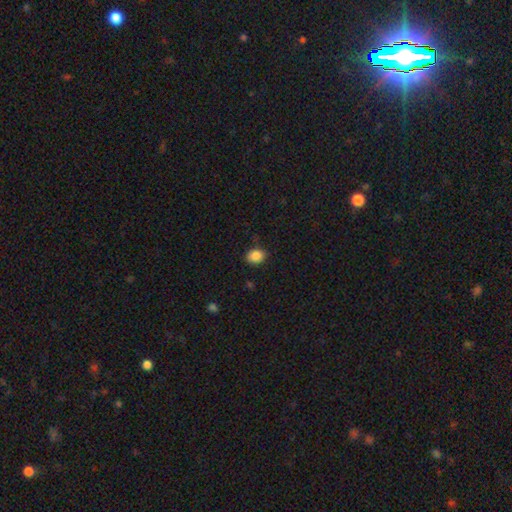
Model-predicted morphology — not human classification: smooth 87%, star or artifact 9%, featured or disk 4%. Down the decision tree: how rounded — in between (58%); merging — none (85%).